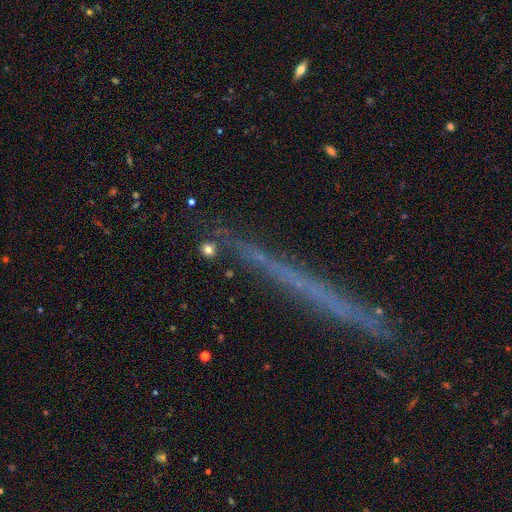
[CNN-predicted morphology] Smooth or featured?
  - star or artifact: 45% *
  - featured or disk: 34%
  - smooth: 21%